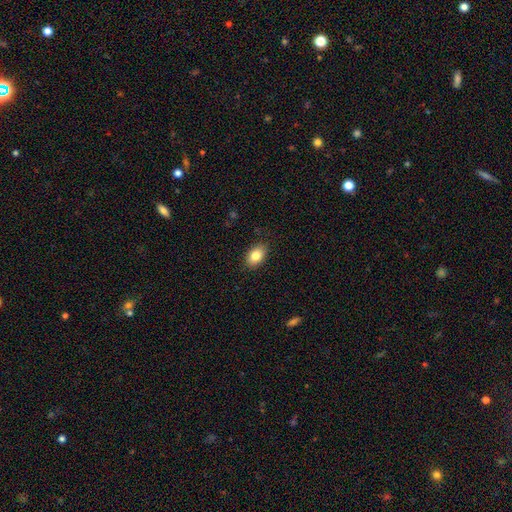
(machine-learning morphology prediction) smooth 84%, featured or disk 8%, star or artifact 8%. Down the decision tree: how rounded — in between (85%); merging — none (87%).